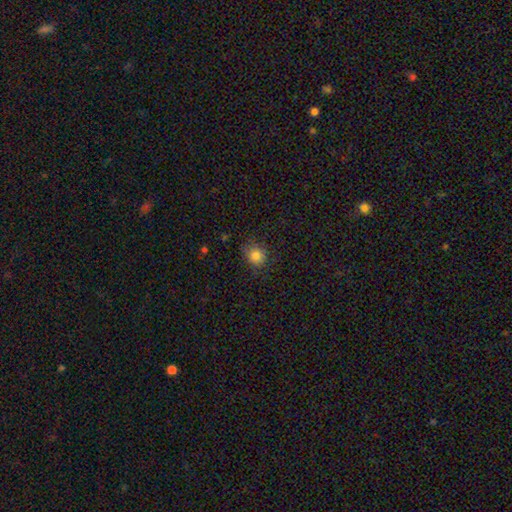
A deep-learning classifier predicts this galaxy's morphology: Smooth or featured: smooth — 82% (star or artifact — 12%)
How rounded: round — 79% (in between — 20%)
Merging: none — 79% (minor disturbance — 16%)